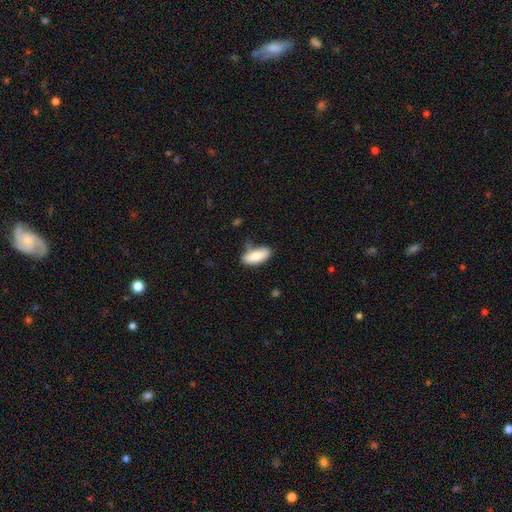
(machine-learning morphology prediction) Smooth or featured? Predicted: smooth (p=0.82). How rounded? Predicted: in between (p=0.84). Merging? Predicted: none (p=0.59).